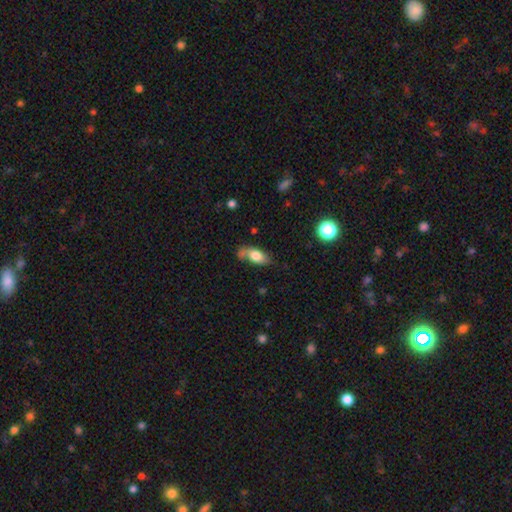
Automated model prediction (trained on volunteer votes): Smooth or featured?
  - smooth: 71% *
  - featured or disk: 22%
  - star or artifact: 8%
How rounded?
  - in between: 85% *
  - cigar-shaped: 10%
  - round: 5%
Merging?
  - none: 53% *
  - minor disturbance: 28%
  - major disturbance: 10%
  - merger: 9%